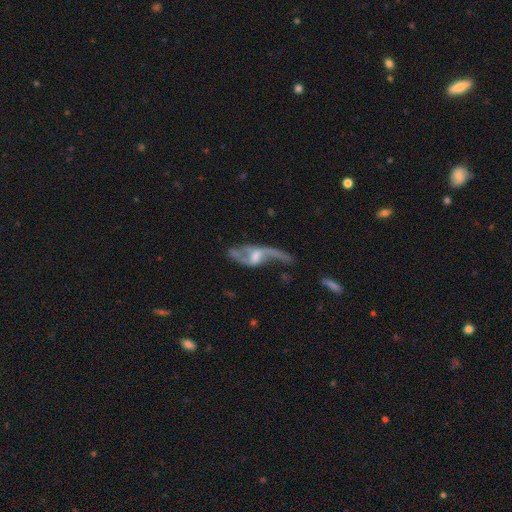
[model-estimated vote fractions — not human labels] This appears to be a featured or disk galaxy (81%) with a weak bar (49%), 2 (80%) loose (82%) spiral arms (87%) and a moderate central bulge (42%). Merging: none (40%).